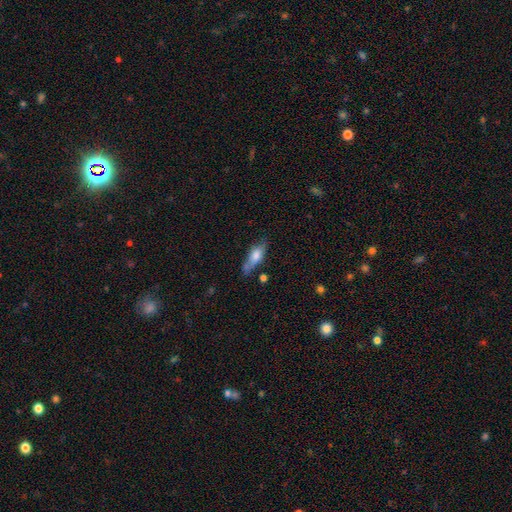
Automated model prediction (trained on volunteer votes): Q: Smooth or featured?
A: smooth (65%); runner-up: featured or disk (29%)
Q: How rounded?
A: in between (59%); runner-up: cigar-shaped (38%)
Q: Merging?
A: none (59%); runner-up: minor disturbance (26%)